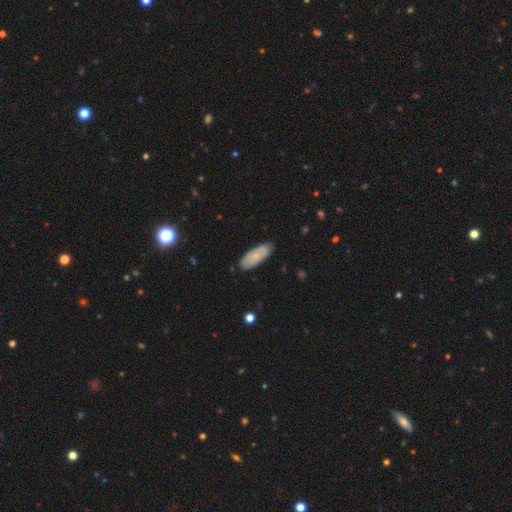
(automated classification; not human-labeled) Smooth or featured: smooth — 79% (featured or disk — 14%)
How rounded: in between — 72% (cigar-shaped — 26%)
Merging: none — 85% (minor disturbance — 12%)